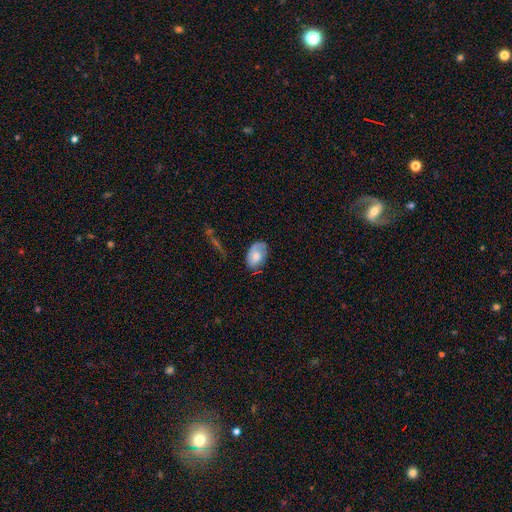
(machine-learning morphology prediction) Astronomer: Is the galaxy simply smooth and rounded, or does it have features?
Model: smooth — 64%.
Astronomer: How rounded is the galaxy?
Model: in between — 88%.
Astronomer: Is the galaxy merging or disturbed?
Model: none — 57%.